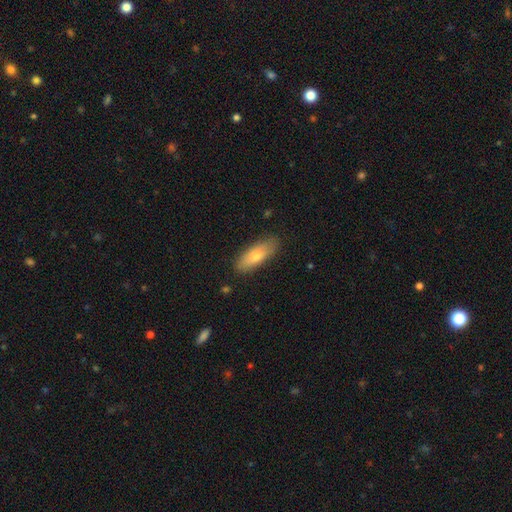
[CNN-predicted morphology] Q: Smooth or featured?
A: smooth (72%); runner-up: featured or disk (22%)
Q: How rounded?
A: in between (64%); runner-up: cigar-shaped (34%)
Q: Merging?
A: none (84%); runner-up: minor disturbance (13%)